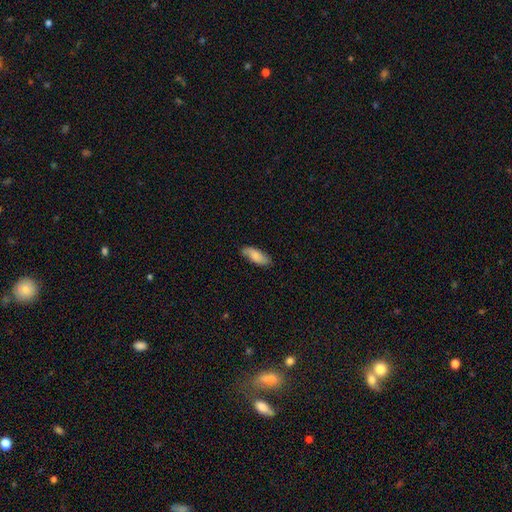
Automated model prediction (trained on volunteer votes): Smooth or featured? Predicted: smooth (p=0.73). How rounded? Predicted: in between (p=0.75). Merging? Predicted: none (p=0.79).